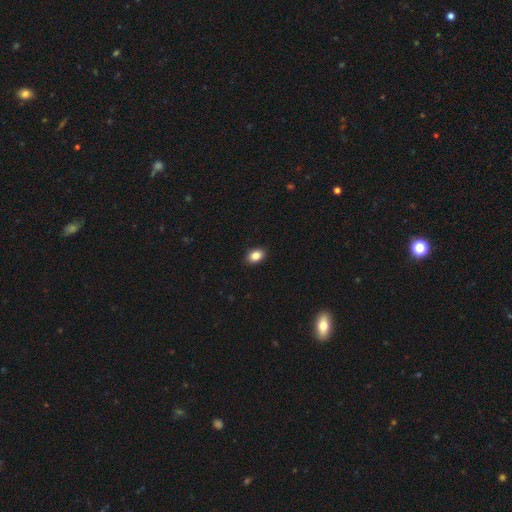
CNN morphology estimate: smooth-or-featured: smooth: 85% | star or artifact: 9% | featured or disk: 6%
  how-rounded: in between: 79% | round: 19% | cigar-shaped: 1%
  merging: none: 90% | minor disturbance: 7% | major disturbance: 2% | merger: 1%